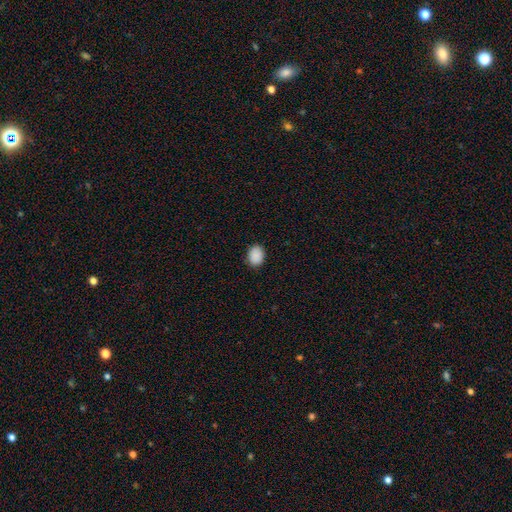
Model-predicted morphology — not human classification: Smooth or featured?
  - smooth: 90% *
  - star or artifact: 8%
  - featured or disk: 3%
How rounded?
  - in between: 62% *
  - round: 37%
  - cigar-shaped: 1%
Merging?
  - none: 87% *
  - minor disturbance: 10%
  - major disturbance: 2%
  - merger: 1%